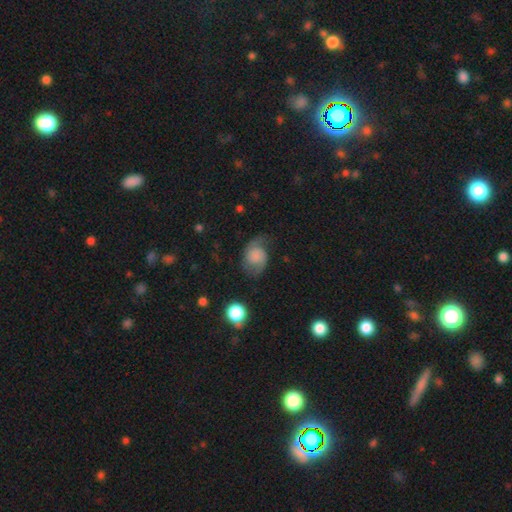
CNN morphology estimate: This appears to be a featured or disk galaxy (59%) with no bar (73%), 2 (89%) medium (42%, tied with loose) spiral arms (92%) and no central bulge (41%). Merging: none (60%).